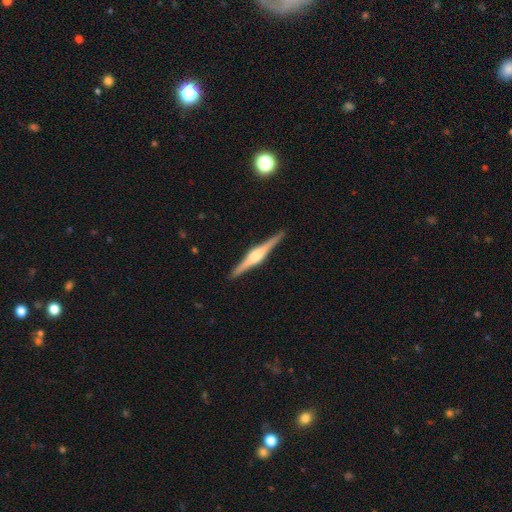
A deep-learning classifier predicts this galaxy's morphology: A featured or disk galaxy (84%) viewed edge-on (99%) with a rounded central bulge (81%).

Vote fractions:
- Smooth or featured? featured or disk: 84% / smooth: 11% / star or artifact: 5%
- Edge-on disk? yes: 99% / no: 1%
- Edge-on bulge? rounded: 81% / boxy: 16% / none: 3%
- Merging? none: 91% / minor disturbance: 6% / major disturbance: 1% / merger: 1%